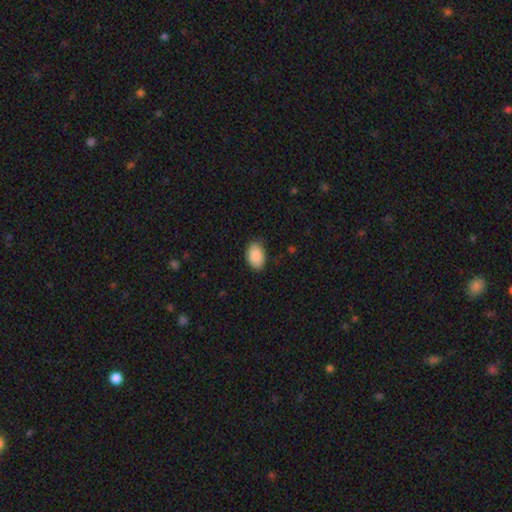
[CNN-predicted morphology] Smooth or featured? smooth (89%)
How rounded? in between (89%)
Merging? none (83%)